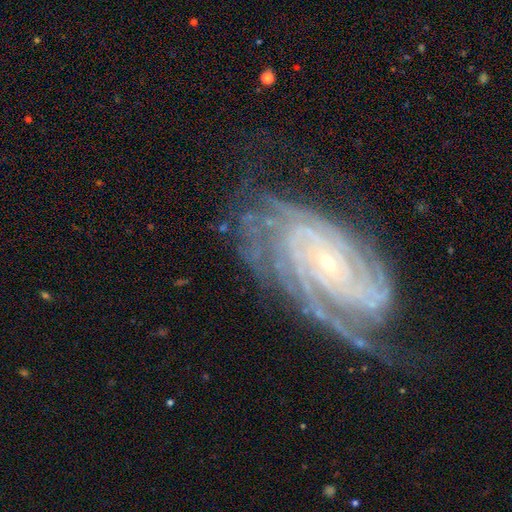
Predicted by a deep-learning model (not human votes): smooth-or-featured: featured or disk: 89% | star or artifact: 6% | smooth: 4%
  disk-edge-on: no: 95% | yes: 5%
    bar: no: 65% | weak: 24% | strong: 12%
    has-spiral-arms: yes: 98% | no: 2%
      spiral-winding: tight: 75% | medium: 21% | loose: 4%
      spiral-arm-count: can't tell: 24% | 4: 20% | 2: 18% | 3: 17% | more than 4: 14% | 1: 8%
    bulge-size: small: 86% | moderate: 10% | none: 2% | large: 1% | dominant: 1%
  merging: none: 64% | minor disturbance: 22% | major disturbance: 12% | merger: 2%